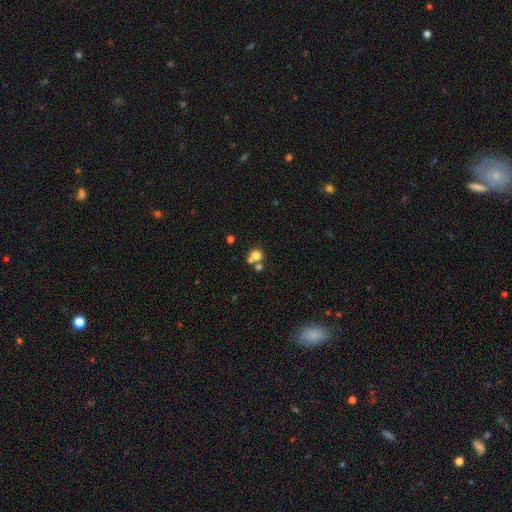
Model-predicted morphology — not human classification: type=smooth (75%); roundness=round (86%); merging=none (48%).